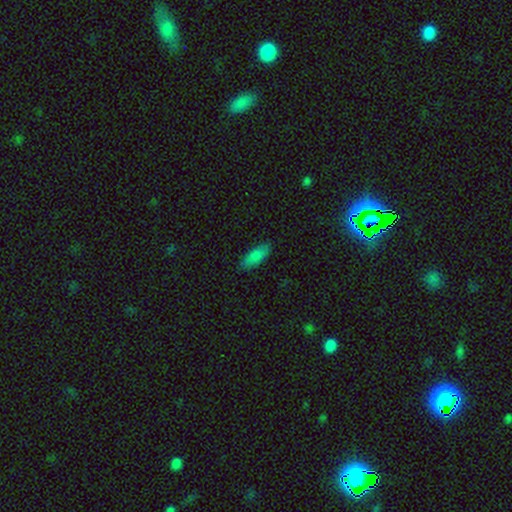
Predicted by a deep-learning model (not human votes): A smooth galaxy with no disk features (86%) that is in between round and cigar-shaped (75%).

Vote fractions:
- Smooth or featured? smooth: 86% / star or artifact: 8% / featured or disk: 6%
- How rounded? in between: 75% / cigar-shaped: 23% / round: 2%
- Merging? none: 85% / minor disturbance: 11% / major disturbance: 2% / merger: 1%